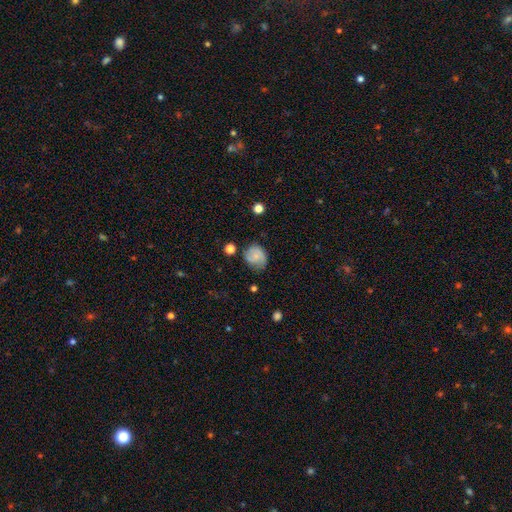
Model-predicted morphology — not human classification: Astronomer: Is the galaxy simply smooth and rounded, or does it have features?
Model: smooth — 60%.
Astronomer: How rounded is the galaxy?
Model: round — 65%.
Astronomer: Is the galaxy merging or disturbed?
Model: none — 63%.